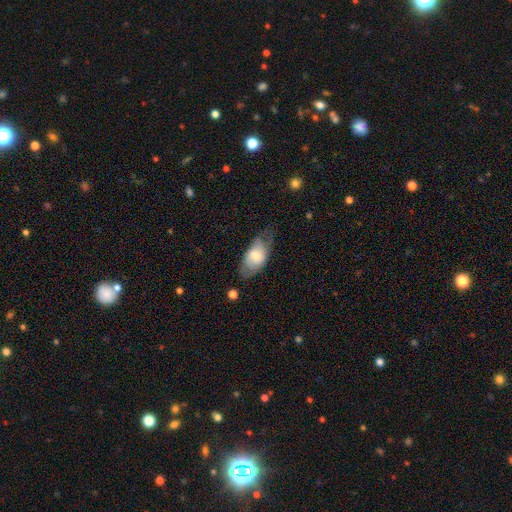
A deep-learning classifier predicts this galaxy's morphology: Smooth or featured? Predicted: smooth (p=0.66). How rounded? Predicted: in between (p=0.90). Merging? Predicted: none (p=0.51).